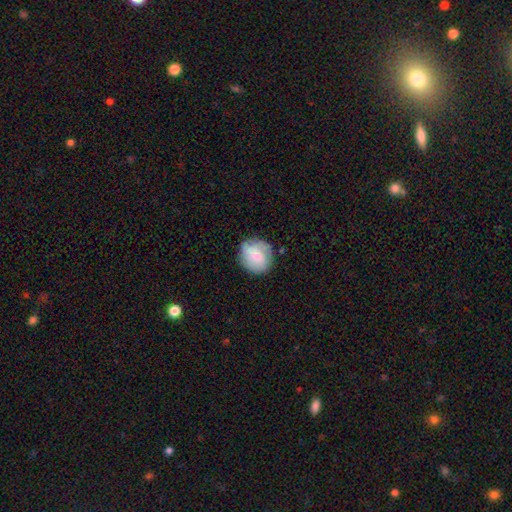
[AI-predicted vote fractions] The model was most divided on "smooth or featured": smooth: 67%, featured or disk: 26%, star or artifact: 7%. More confident: how rounded — round (82%); merging — none (73%).